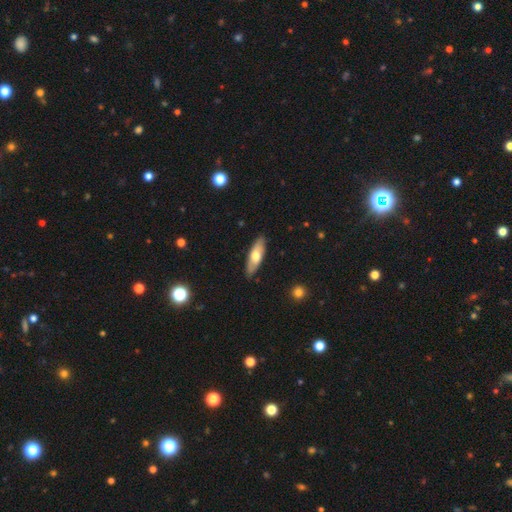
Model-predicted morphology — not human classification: This appears to be a smooth galaxy with no disk features (61%) that is in between round and cigar-shaped (53%). Merging: none (87%).